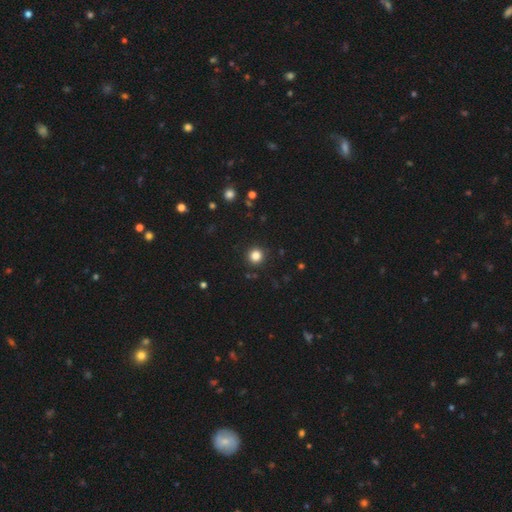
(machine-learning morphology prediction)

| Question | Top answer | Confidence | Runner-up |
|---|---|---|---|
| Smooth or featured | smooth | 82% | star or artifact (13%) |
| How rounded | round | 95% | in between (4%) |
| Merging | none | 92% | minor disturbance (5%) |